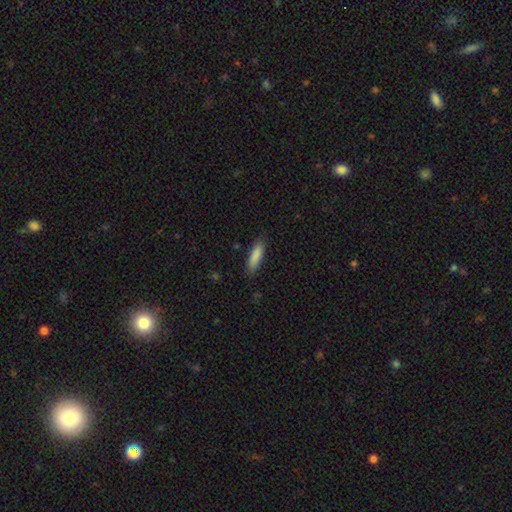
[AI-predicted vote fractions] This is clearly a smooth galaxy (87%). How rounded: likely cigar-shaped (62%). Merging: clearly none (85%).